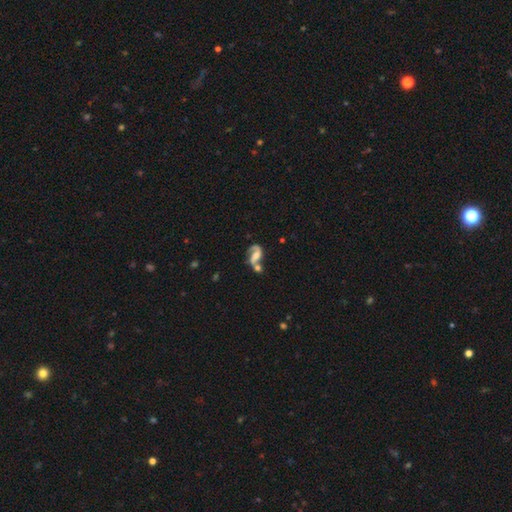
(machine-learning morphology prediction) Smooth or featured: featured or disk — 72% (smooth — 19%)
Edge-on disk: no — 96% (yes — 4%)
Bar: no — 40% (weak — 38%)
Spiral arms: yes — 89% (no — 11%)
Spiral winding: loose — 53% (medium — 35%)
Spiral arm count: 2 — 70% (1 — 23%)
Bulge size: moderate — 33% (small — 26%)
Merging: merger — 43% (none — 30%)